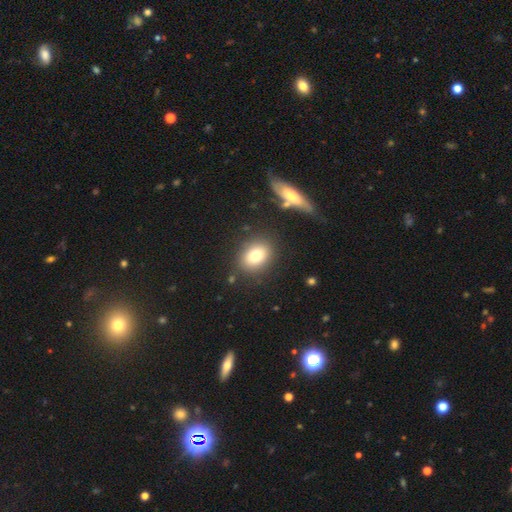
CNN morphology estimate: type=smooth (78%); roundness=in between (57%); merging=none (82%).